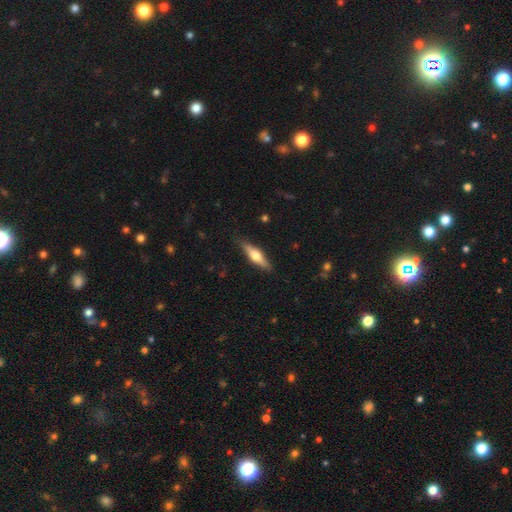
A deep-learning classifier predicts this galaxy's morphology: This appears to be a featured or disk galaxy (50%) viewed edge-on (93%). Merging: none (86%).